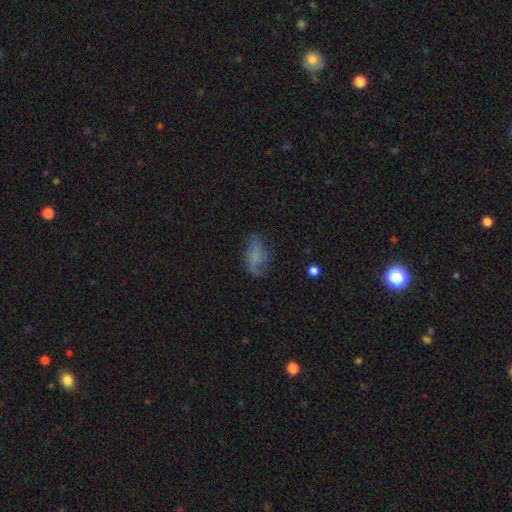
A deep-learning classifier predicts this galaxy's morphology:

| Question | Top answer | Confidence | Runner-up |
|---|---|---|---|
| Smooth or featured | smooth | 51% | featured or disk (36%) |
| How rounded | in between | 86% | round (8%) |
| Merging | none | 51% | minor disturbance (27%) |